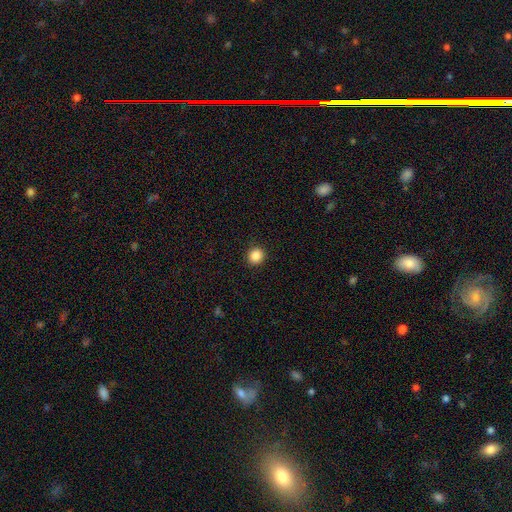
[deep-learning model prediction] smooth_or_featured: smooth (p=0.86) [alt: star or artifact p=0.10]
how_rounded: round (p=0.91) [alt: in between p=0.08]
merging: none (p=0.92) [alt: minor disturbance p=0.05]